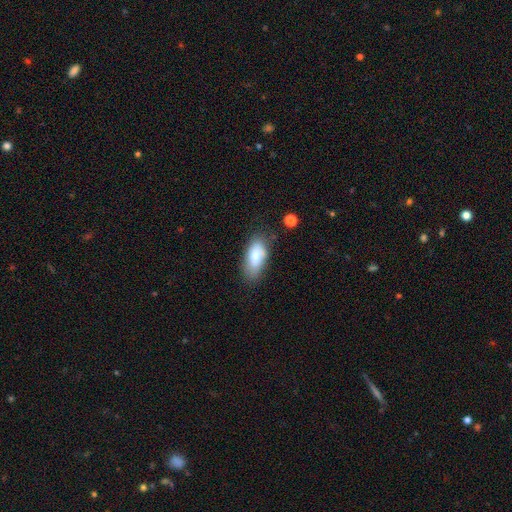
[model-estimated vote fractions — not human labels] Q: Smooth or featured?
A: smooth (79%); runner-up: featured or disk (14%)
Q: How rounded?
A: in between (87%); runner-up: cigar-shaped (10%)
Q: Merging?
A: none (68%); runner-up: minor disturbance (22%)